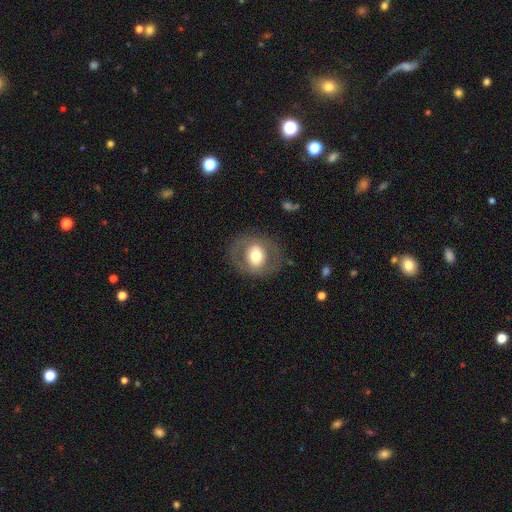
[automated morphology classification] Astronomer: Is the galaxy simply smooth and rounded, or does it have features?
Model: smooth — 53% (runner-up: featured or disk, 40%).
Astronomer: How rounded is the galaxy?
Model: round — 62% (runner-up: in between, 37%).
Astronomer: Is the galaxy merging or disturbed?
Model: none — 79%.